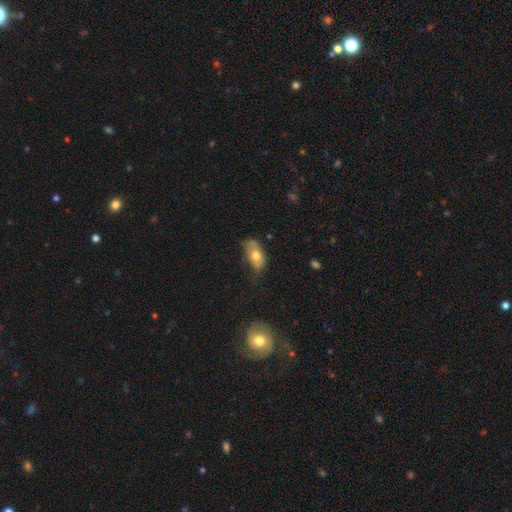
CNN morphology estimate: type=smooth (66%); roundness=in between (89%); merging=none (44%).